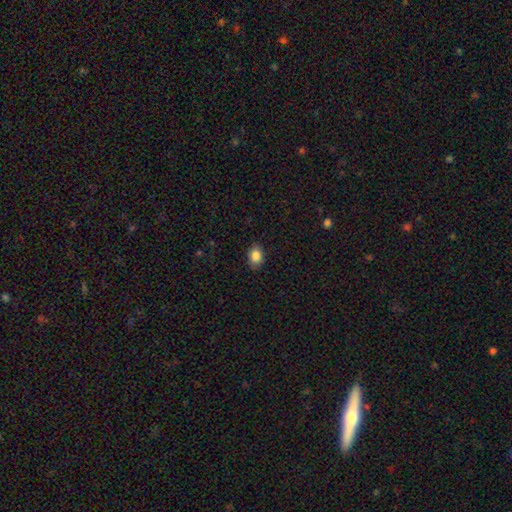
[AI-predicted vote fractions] A smooth galaxy with no disk features (86%) that is in between round and cigar-shaped (76%).

Vote fractions:
- Smooth or featured? smooth: 86% / star or artifact: 9% / featured or disk: 5%
- How rounded? in between: 76% / round: 23% / cigar-shaped: 1%
- Merging? none: 86% / minor disturbance: 11% / major disturbance: 2% / merger: 1%